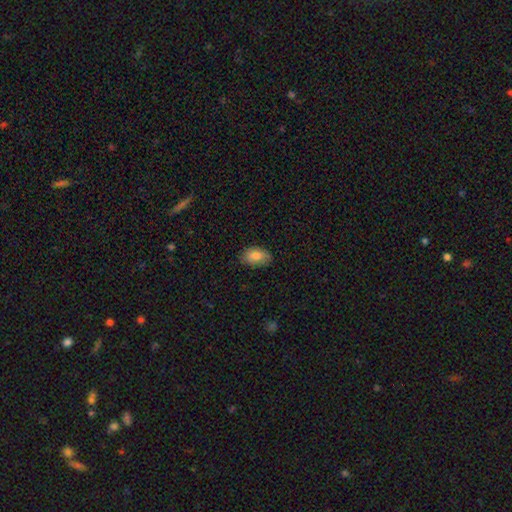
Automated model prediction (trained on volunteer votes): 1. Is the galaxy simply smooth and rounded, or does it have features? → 84% smooth, 9% featured or disk, 7% star or artifact.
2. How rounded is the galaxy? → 92% in between, 6% round, 2% cigar-shaped.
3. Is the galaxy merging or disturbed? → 80% none, 16% minor disturbance, 3% major disturbance, 1% merger.